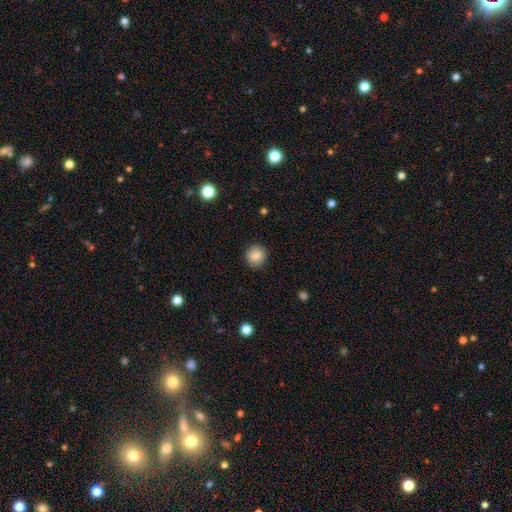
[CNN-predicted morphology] Q: Smooth or featured?
A: smooth (85%); runner-up: star or artifact (9%)
Q: How rounded?
A: round (91%); runner-up: in between (8%)
Q: Merging?
A: none (91%); runner-up: minor disturbance (6%)